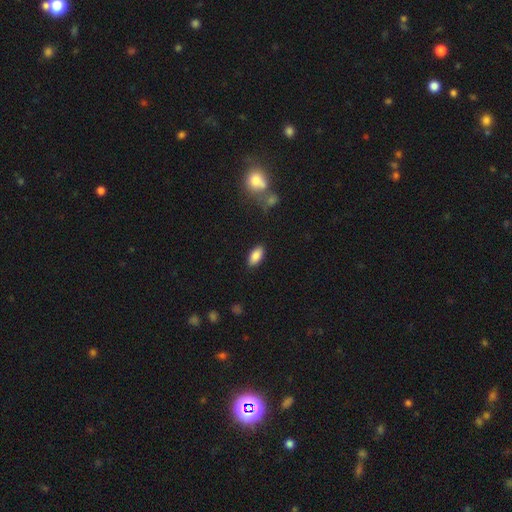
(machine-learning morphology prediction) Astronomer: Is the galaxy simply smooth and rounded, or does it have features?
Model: smooth — 86%.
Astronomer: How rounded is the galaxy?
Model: in between — 90%.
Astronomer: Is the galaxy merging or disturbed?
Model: none — 86%.